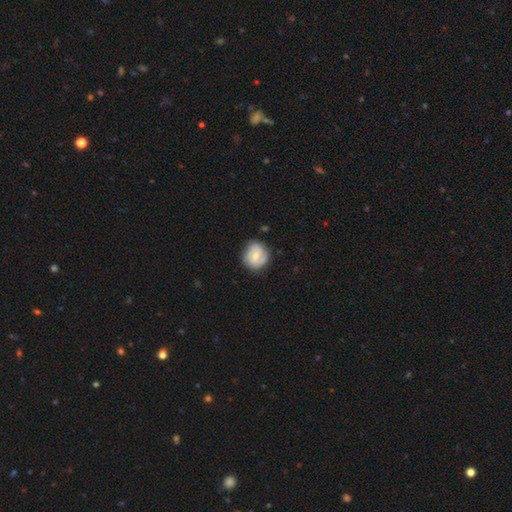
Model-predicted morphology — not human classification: The model was most divided on "smooth or featured": featured or disk: 48%, smooth: 46%, star or artifact: 7%. More confident: merging — none (73%).